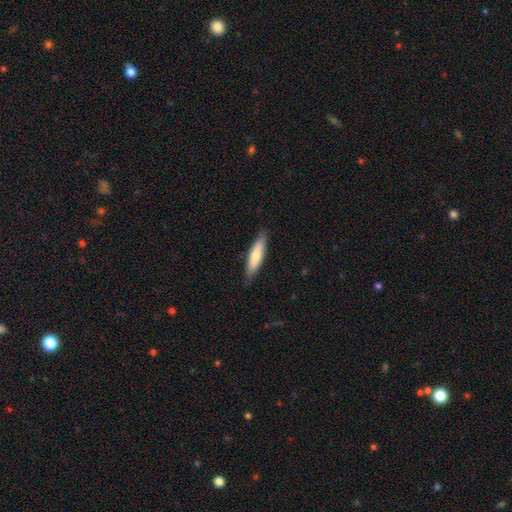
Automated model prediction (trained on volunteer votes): The model was most divided on "how rounded": cigar-shaped: 71%, in between: 27%, round: 1%. More confident: merging — none (86%); smooth or featured — smooth (74%).